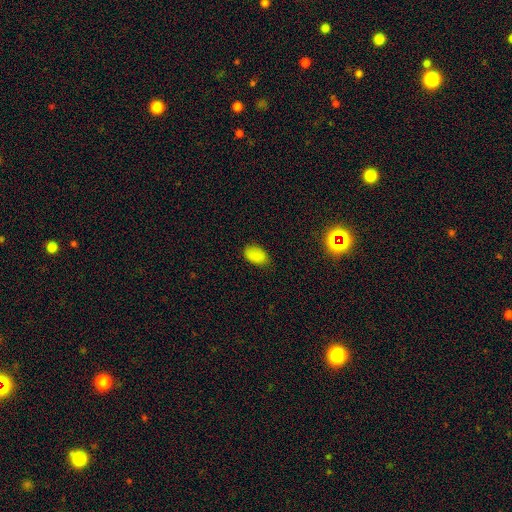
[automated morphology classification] A smooth galaxy with no disk features (85%) that is in between round and cigar-shaped (93%).

Vote fractions:
- Smooth or featured? smooth: 85% / star or artifact: 11% / featured or disk: 4%
- How rounded? in between: 93% / round: 6% / cigar-shaped: 1%
- Merging? none: 80% / minor disturbance: 16% / major disturbance: 3% / merger: 1%